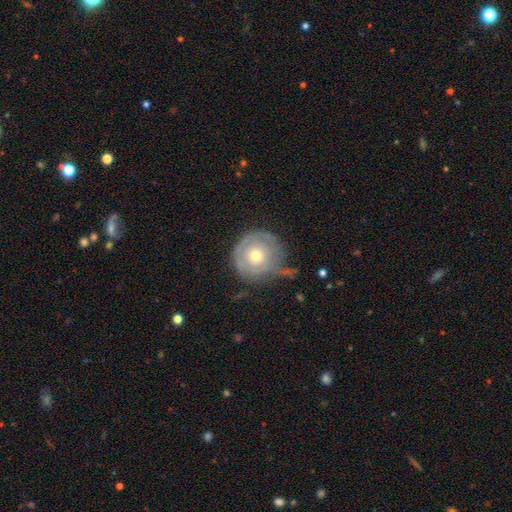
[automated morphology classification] Overall: featured or disk (54%; smooth 39%). Edge-on disk: no (96%). Bar: no (89%). Spiral arms: yes (50%, tied with no). Bulge size: moderate (56%; small 39%). Merging: none (50%; minor disturbance 30%).